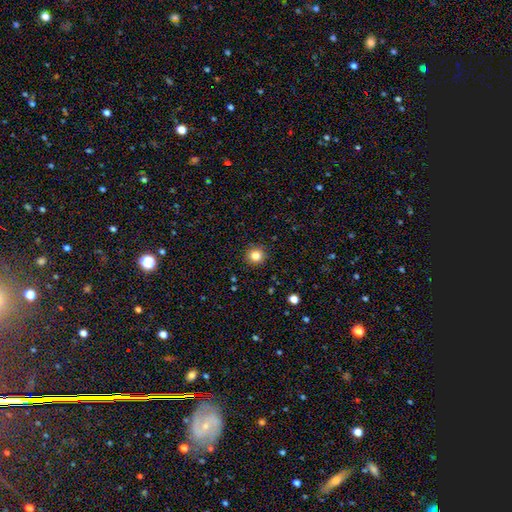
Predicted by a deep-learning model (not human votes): Smooth or featured? smooth (83%)
How rounded? round (92%)
Merging? none (91%)